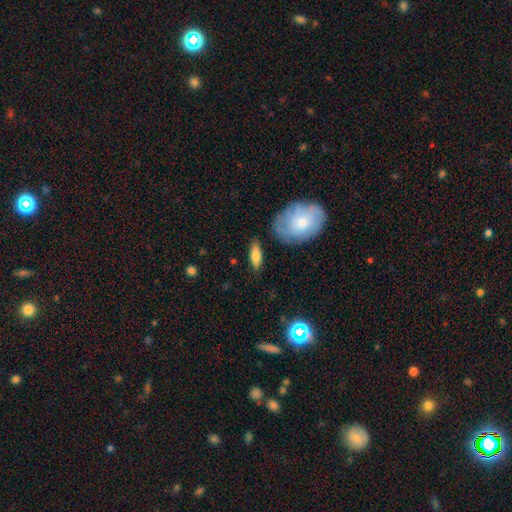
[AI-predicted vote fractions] A smooth galaxy with no disk features (74%) that is in between round and cigar-shaped (66%).

Vote fractions:
- Smooth or featured? smooth: 74% / featured or disk: 19% / star or artifact: 7%
- How rounded? in between: 66% / cigar-shaped: 31% / round: 3%
- Merging? none: 81% / minor disturbance: 12% / major disturbance: 3% / merger: 3%